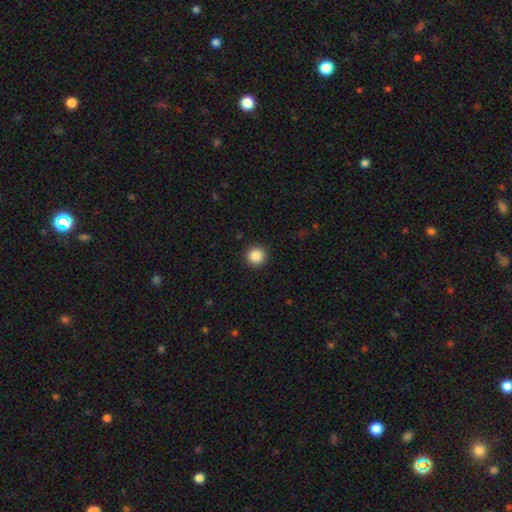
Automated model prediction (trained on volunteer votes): A smooth galaxy with no disk features (87%) that is round (95%).

Vote fractions:
- Smooth or featured? smooth: 87% / star or artifact: 10% / featured or disk: 3%
- How rounded? round: 95% / in between: 4% / cigar-shaped: 1%
- Merging? none: 92% / minor disturbance: 5% / major disturbance: 2% / merger: 1%